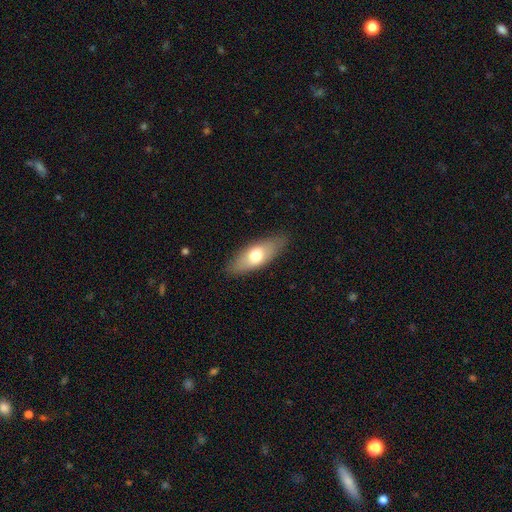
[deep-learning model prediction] Smooth or featured: smooth — 67% (featured or disk — 27%)
How rounded: in between — 75% (cigar-shaped — 23%)
Merging: none — 85% (minor disturbance — 11%)